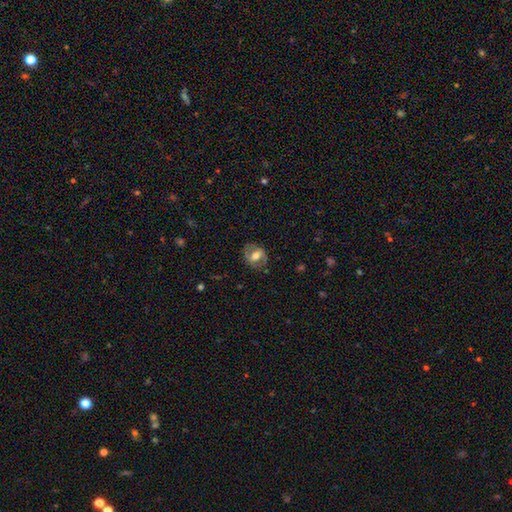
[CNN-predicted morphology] This appears to be a featured or disk galaxy (55%) with a weak bar (42%), spiral arms (66%) and a moderate central bulge (63%). Merging: none (76%).